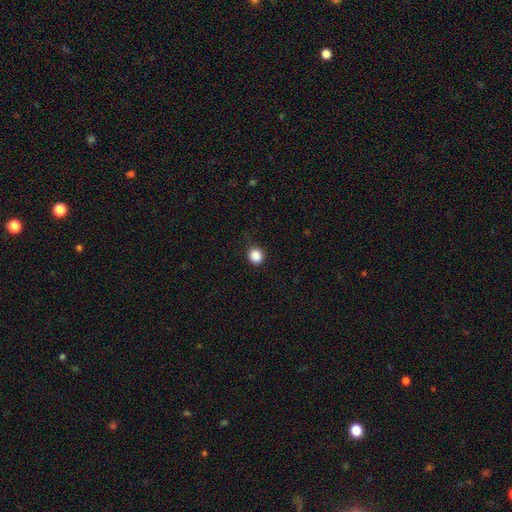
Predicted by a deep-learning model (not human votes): Overall: smooth (87%). How rounded: round (89%). Merging: none (86%).